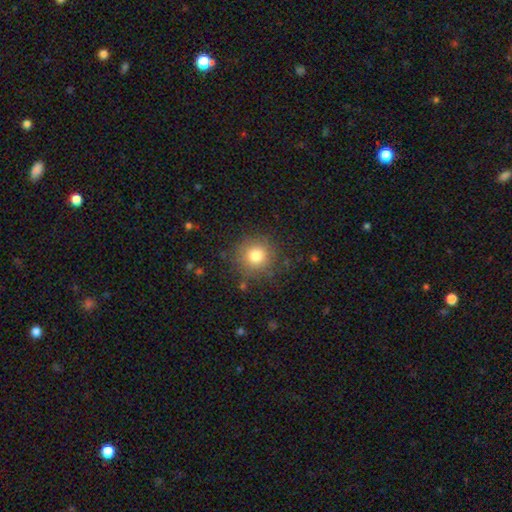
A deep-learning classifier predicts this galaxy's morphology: Smooth or featured: smooth — 80% (star or artifact — 11%)
How rounded: round — 93% (in between — 6%)
Merging: none — 84% (minor disturbance — 10%)